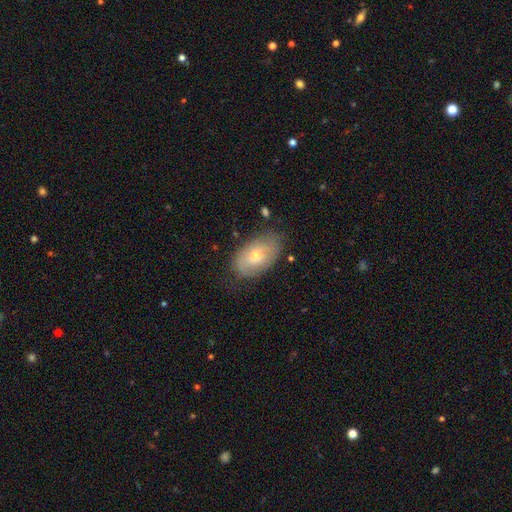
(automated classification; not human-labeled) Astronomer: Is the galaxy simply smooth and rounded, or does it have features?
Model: smooth — 52% (runner-up: featured or disk, 40%).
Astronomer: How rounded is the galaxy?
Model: in between — 90%.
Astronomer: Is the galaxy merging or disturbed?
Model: none — 69%.